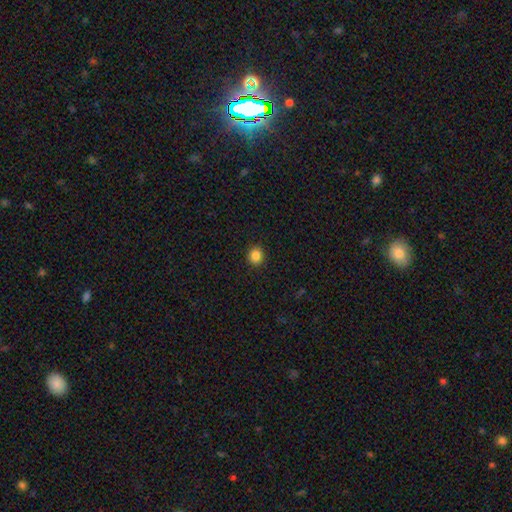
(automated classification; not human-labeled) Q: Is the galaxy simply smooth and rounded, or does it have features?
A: smooth — 85%.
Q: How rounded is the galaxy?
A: round — 86%.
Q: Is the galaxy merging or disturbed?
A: none — 92%.